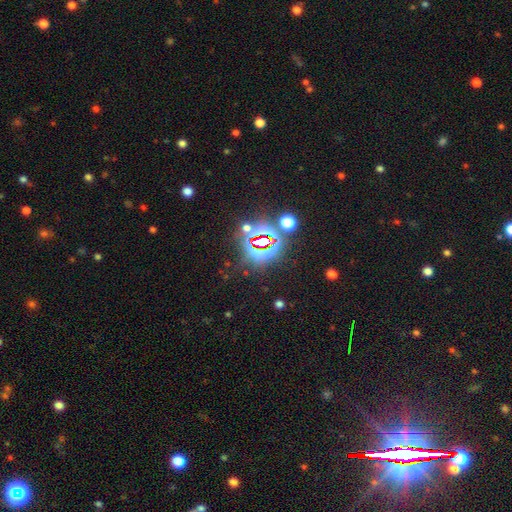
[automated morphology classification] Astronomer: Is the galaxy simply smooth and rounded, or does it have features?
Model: star or artifact — 86%.